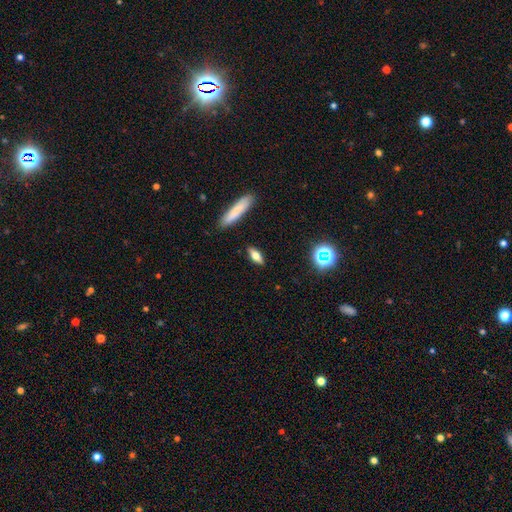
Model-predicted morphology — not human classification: smooth-or-featured: smooth: 64% | featured or disk: 26% | star or artifact: 10%
  how-rounded: in between: 52% | cigar-shaped: 44% | round: 4%
  merging: none: 87% | minor disturbance: 9% | major disturbance: 2% | merger: 2%